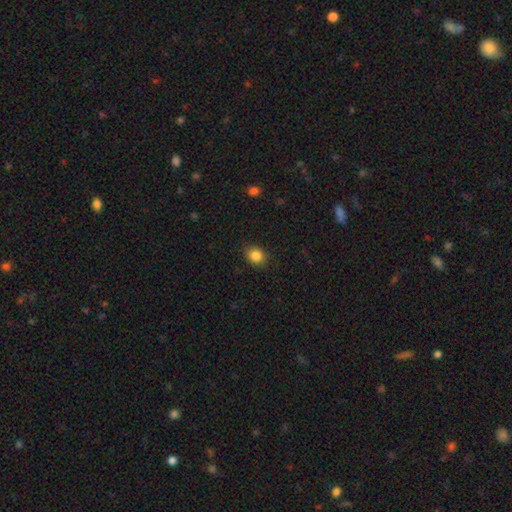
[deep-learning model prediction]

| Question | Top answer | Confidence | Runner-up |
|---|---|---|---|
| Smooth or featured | smooth | 86% | star or artifact (10%) |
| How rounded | round | 53% | in between (46%) |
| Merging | none | 87% | minor disturbance (10%) |